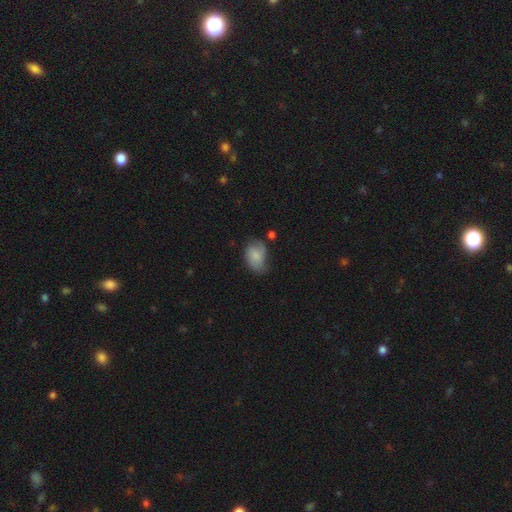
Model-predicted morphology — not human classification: Q: Smooth or featured?
A: smooth (71%); runner-up: featured or disk (21%)
Q: How rounded?
A: in between (80%); runner-up: round (19%)
Q: Merging?
A: none (46%); runner-up: minor disturbance (36%)